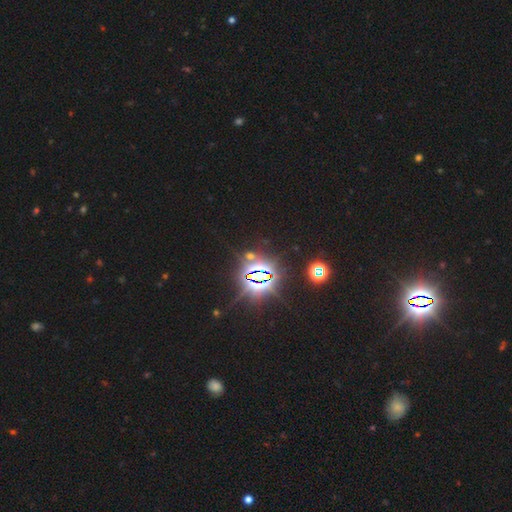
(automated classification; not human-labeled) Smooth or featured? star or artifact (83%)